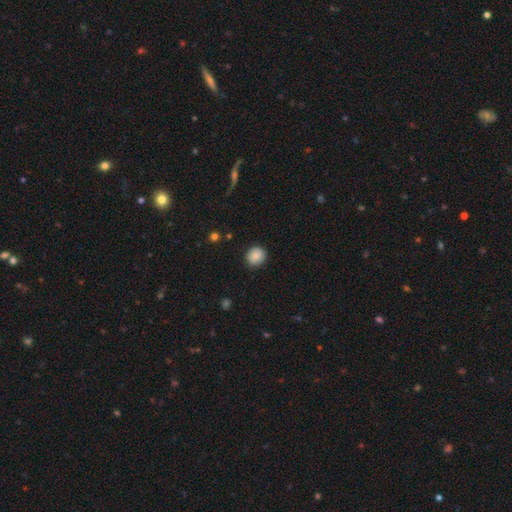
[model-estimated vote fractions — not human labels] Morphology: type=smooth (81%); roundness=round (86%); merging=none (86%).